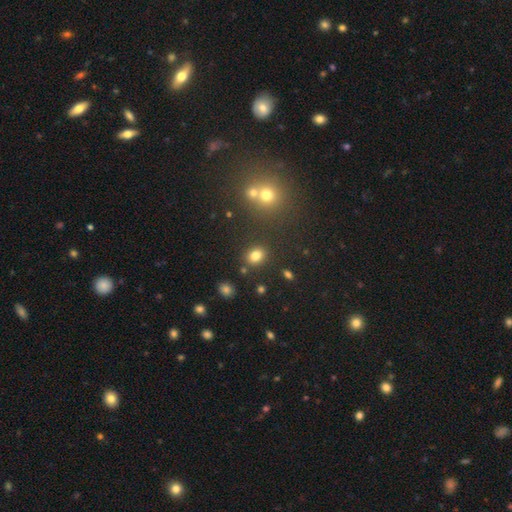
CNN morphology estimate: A smooth galaxy with no disk features (79%) that is in between round and cigar-shaped (52%).

Vote fractions:
- Smooth or featured? smooth: 79% / star or artifact: 14% / featured or disk: 7%
- How rounded? in between: 52% / round: 47% / cigar-shaped: 1%
- Merging? none: 82% / minor disturbance: 9% / merger: 5% / major disturbance: 3%